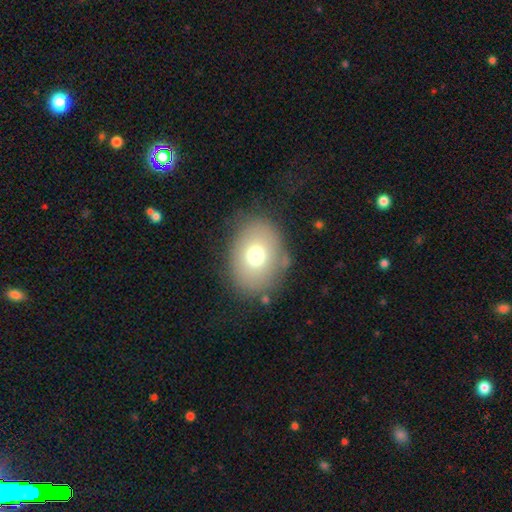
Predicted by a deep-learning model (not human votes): This appears to be a smooth galaxy with no disk features (71%) that is in between round and cigar-shaped (62%). Merging: none (78%).